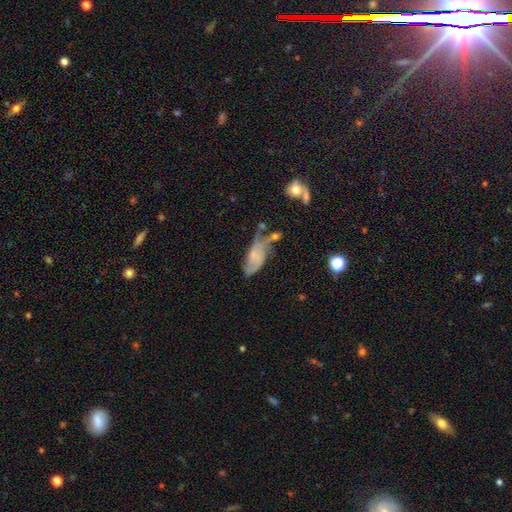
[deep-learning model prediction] This is possibly a featured or disk galaxy (60%). It is clearly not viewed edge-on (92%). Bar: likely no (70%). Spiral arm pattern: likely yes (77%). Central bulge: possibly small (50%). Merging: marginally none (30%).